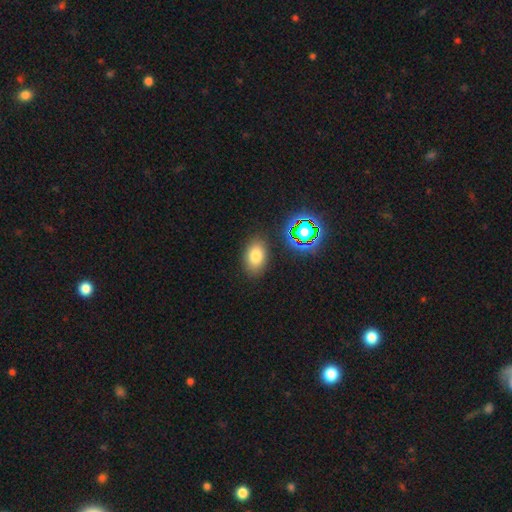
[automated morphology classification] A smooth galaxy with no disk features (77%) that is in between round and cigar-shaped (84%). Merging: none (85%).